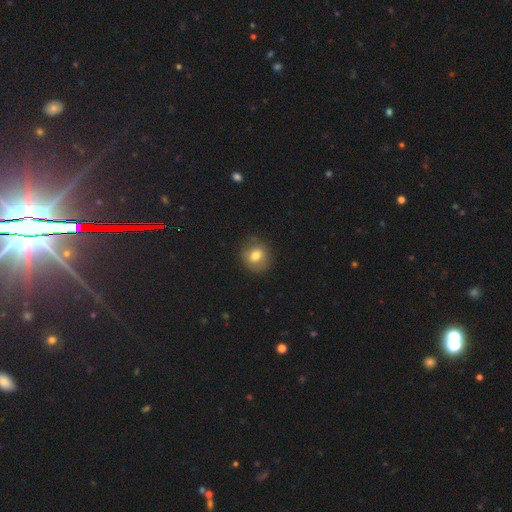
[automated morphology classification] smooth-or-featured: smooth: 76% | featured or disk: 15% | star or artifact: 10%
  how-rounded: round: 78% | in between: 21% | cigar-shaped: 1%
  merging: none: 84% | minor disturbance: 12% | major disturbance: 3% | merger: 1%